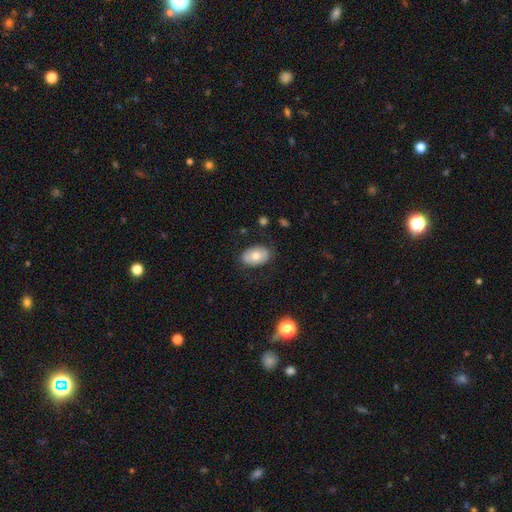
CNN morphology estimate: Smooth or featured?
  - smooth: 69% *
  - featured or disk: 25%
  - star or artifact: 7%
How rounded?
  - in between: 88% *
  - round: 11%
  - cigar-shaped: 1%
Merging?
  - none: 81% *
  - minor disturbance: 14%
  - major disturbance: 4%
  - merger: 1%